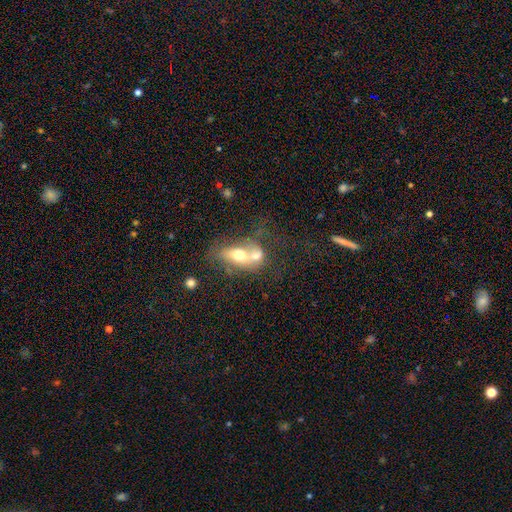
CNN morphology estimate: Q: Smooth or featured?
A: smooth (55%); runner-up: featured or disk (37%)
Q: How rounded?
A: in between (74%); runner-up: round (18%)
Q: Merging?
A: merger (67%); runner-up: none (16%)